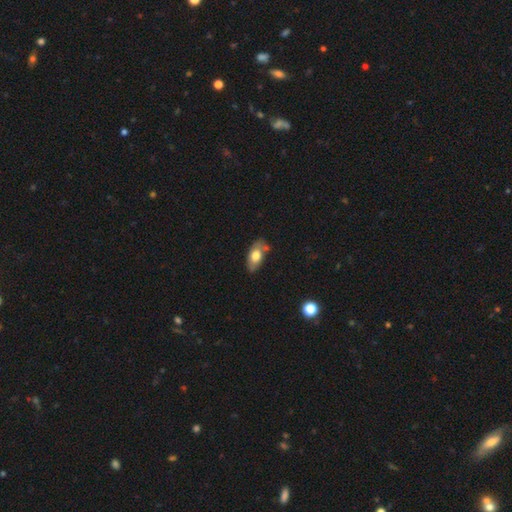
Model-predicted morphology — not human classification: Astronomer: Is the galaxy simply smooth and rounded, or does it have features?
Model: smooth — 69%.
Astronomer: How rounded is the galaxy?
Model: in between — 90%.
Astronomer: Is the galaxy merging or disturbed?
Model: none — 65%.